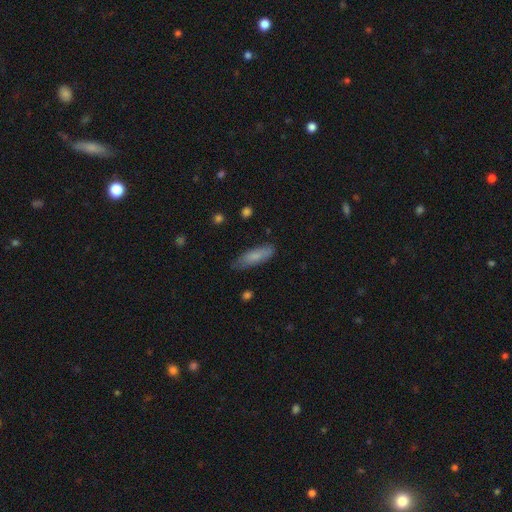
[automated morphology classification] smooth 78%, featured or disk 16%, star or artifact 6%. Down the decision tree: how rounded — cigar-shaped (50%); merging — none (74%).